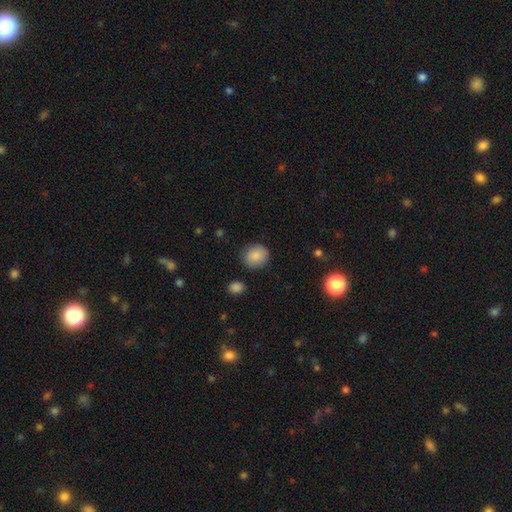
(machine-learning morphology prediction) Q: Smooth or featured?
A: smooth (87%); runner-up: star or artifact (8%)
Q: How rounded?
A: round (78%); runner-up: in between (21%)
Q: Merging?
A: none (85%); runner-up: minor disturbance (10%)